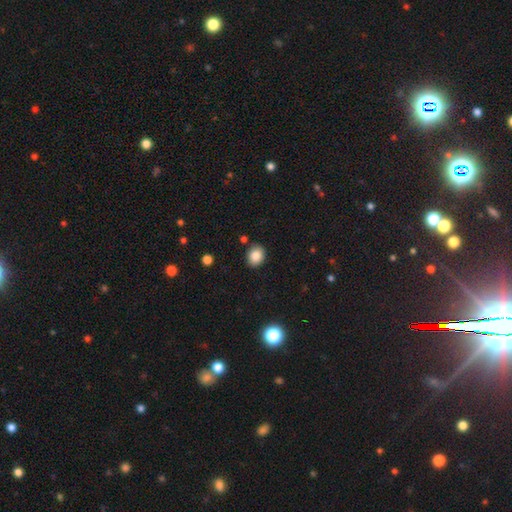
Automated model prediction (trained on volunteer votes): smooth 86%, star or artifact 9%, featured or disk 5%. Down the decision tree: how rounded — round (53%); merging — none (85%).